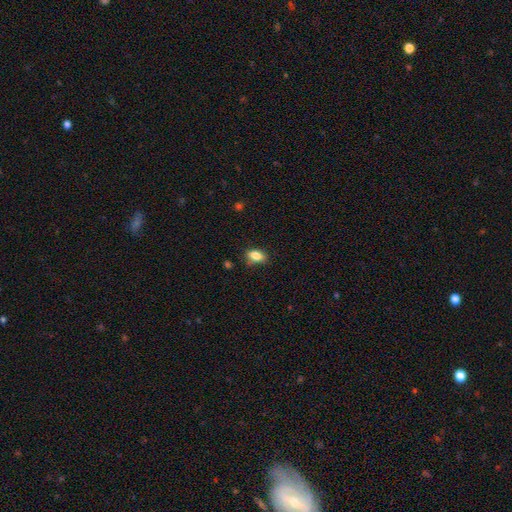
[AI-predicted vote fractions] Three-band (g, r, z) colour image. It shows a smooth galaxy with no disk features (84%) that is in between round and cigar-shaped (86%). Merging: none (77%).